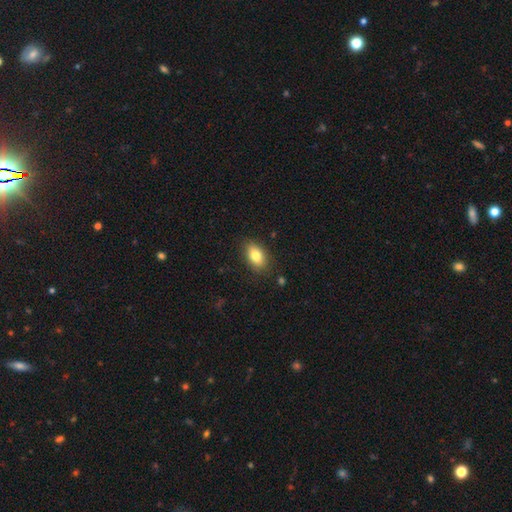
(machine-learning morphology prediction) This appears to be a smooth galaxy with no disk features (81%) that is in between round and cigar-shaped (88%). Merging: none (84%).